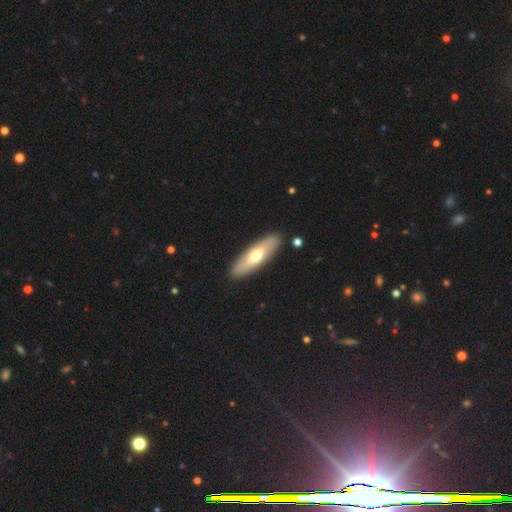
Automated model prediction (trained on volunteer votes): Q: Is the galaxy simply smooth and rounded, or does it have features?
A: smooth — 56%.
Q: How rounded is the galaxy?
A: in between — 52%.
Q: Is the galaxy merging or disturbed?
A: none — 88%.